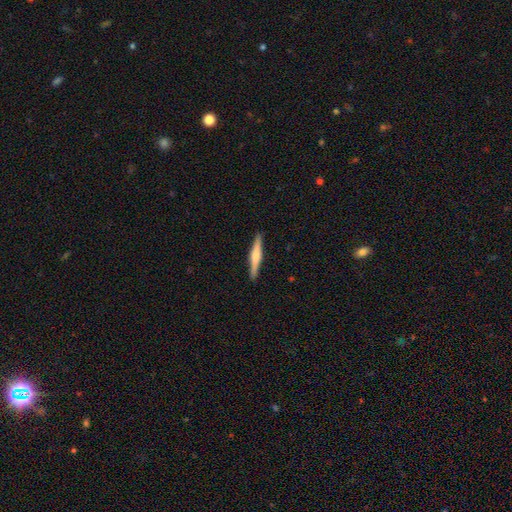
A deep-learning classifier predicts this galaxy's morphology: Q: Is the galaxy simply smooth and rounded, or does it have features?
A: featured or disk — 59%.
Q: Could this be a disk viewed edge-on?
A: yes — 98%.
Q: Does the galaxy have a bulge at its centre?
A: rounded — 70%.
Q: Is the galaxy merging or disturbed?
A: none — 92%.